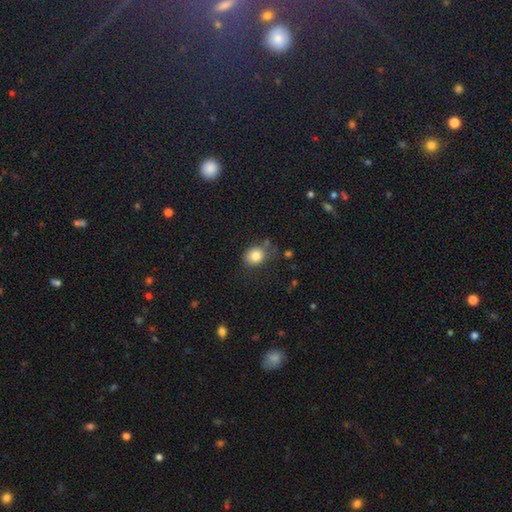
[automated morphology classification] The model was most divided on "how rounded": round: 61%, in between: 38%, cigar-shaped: 1%. More confident: smooth or featured — smooth (82%); merging — none (68%).